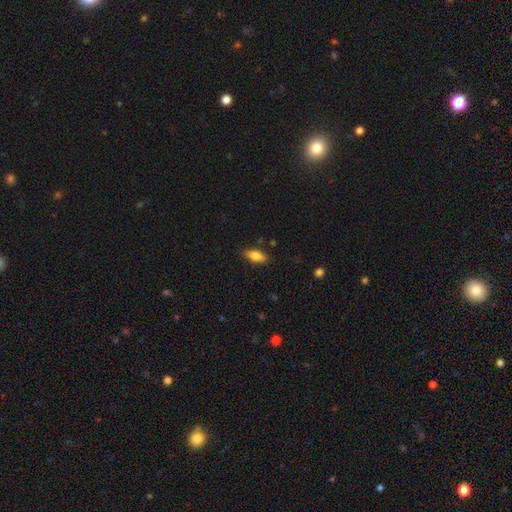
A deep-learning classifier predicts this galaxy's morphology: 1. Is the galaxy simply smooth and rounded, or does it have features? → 80% smooth, 13% featured or disk, 7% star or artifact.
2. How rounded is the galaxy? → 82% in between, 15% cigar-shaped, 3% round.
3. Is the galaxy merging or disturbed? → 84% none, 13% minor disturbance, 2% major disturbance, 1% merger.